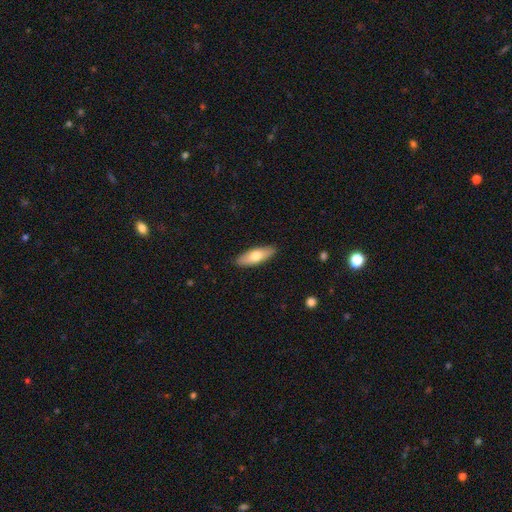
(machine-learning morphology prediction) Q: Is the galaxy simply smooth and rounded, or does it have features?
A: smooth — 68%.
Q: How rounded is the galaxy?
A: in between — 61%.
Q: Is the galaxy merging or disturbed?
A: none — 89%.